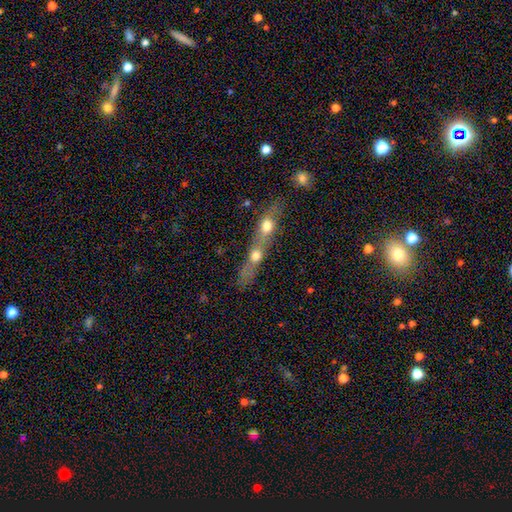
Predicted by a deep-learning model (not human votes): smooth-or-featured: smooth: 51% | featured or disk: 34% | star or artifact: 14%
  how-rounded: cigar-shaped: 51% | in between: 25% | round: 24%
  merging: merger: 63% | none: 26% | minor disturbance: 6% | major disturbance: 4%